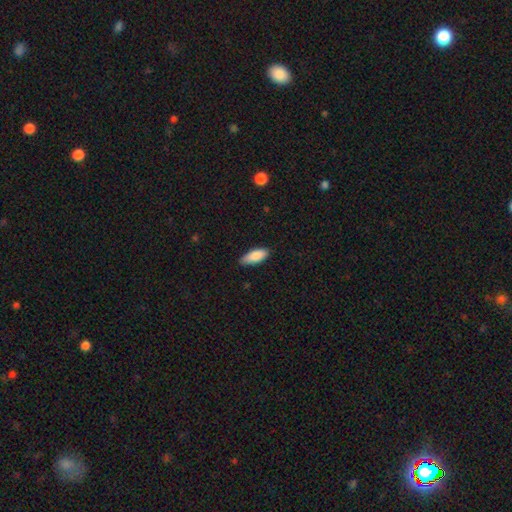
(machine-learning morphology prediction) Q: Smooth or featured?
A: smooth (86%); runner-up: featured or disk (8%)
Q: How rounded?
A: in between (77%); runner-up: cigar-shaped (21%)
Q: Merging?
A: none (81%); runner-up: minor disturbance (15%)